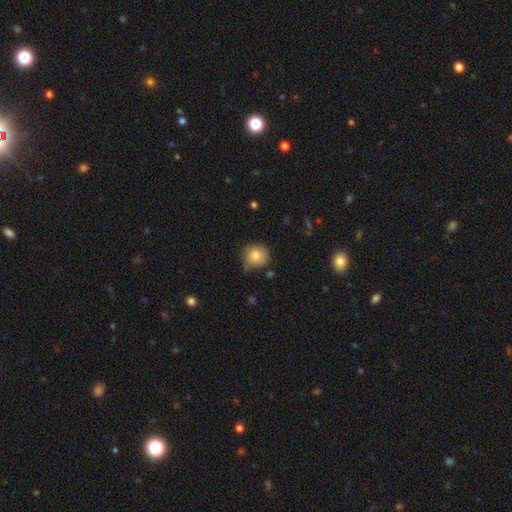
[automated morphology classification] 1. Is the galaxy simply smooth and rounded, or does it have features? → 80% smooth, 12% featured or disk, 8% star or artifact.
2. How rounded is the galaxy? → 89% round, 10% in between, 1% cigar-shaped.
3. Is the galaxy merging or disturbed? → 68% none, 25% minor disturbance, 4% major disturbance, 3% merger.